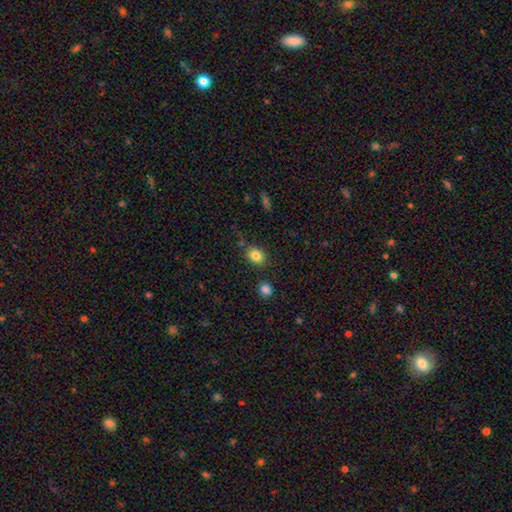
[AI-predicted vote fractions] This appears to be a smooth galaxy with no disk features (84%) that is in between round and cigar-shaped (53%). Merging: none (81%).